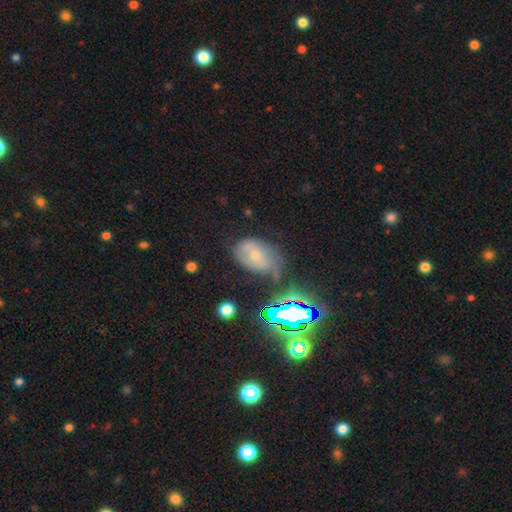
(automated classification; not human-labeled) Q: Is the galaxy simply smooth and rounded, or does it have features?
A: smooth — 41%.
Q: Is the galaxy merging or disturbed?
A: none — 46%.